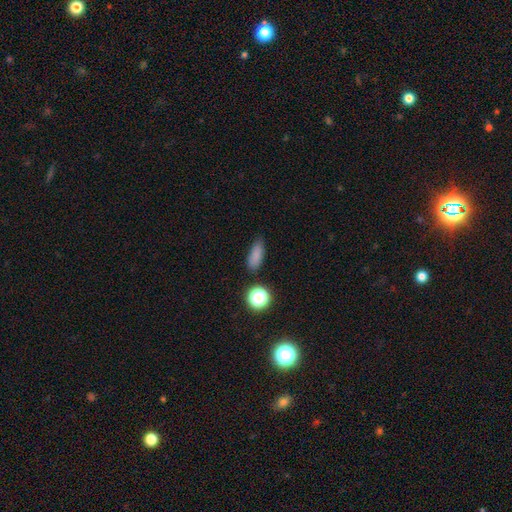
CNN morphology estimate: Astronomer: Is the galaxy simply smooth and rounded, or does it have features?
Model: smooth — 81%.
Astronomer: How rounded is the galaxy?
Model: in between — 66%.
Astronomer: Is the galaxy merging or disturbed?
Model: none — 75%.